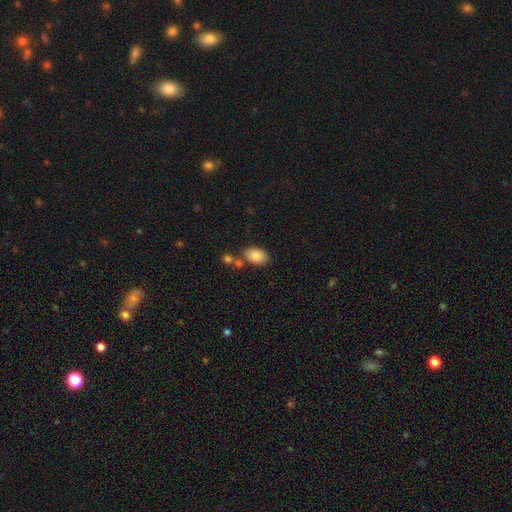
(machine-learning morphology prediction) Smooth or featured: smooth — 85% (featured or disk — 8%)
How rounded: in between — 89% (round — 10%)
Merging: none — 69% (minor disturbance — 14%)